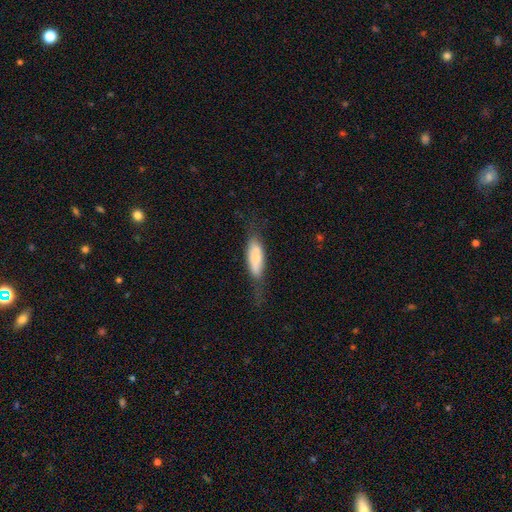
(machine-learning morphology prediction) Smooth or featured?
  - smooth: 66% *
  - featured or disk: 28%
  - star or artifact: 7%
How rounded?
  - in between: 61% *
  - cigar-shaped: 36%
  - round: 2%
Merging?
  - none: 49% *
  - minor disturbance: 29%
  - major disturbance: 18%
  - merger: 4%